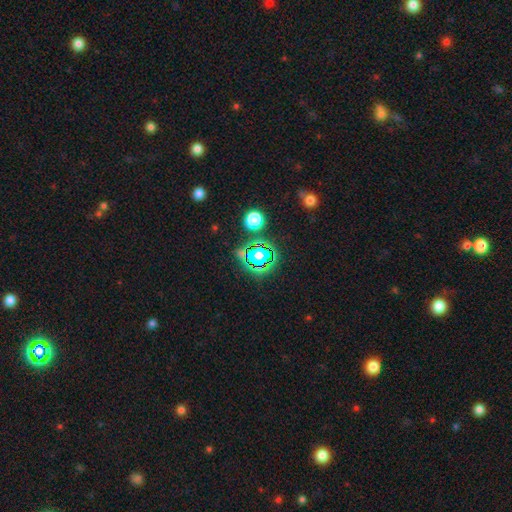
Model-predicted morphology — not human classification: A star or artifact, not a galaxy (75%).

Vote fractions:
- Smooth or featured? star or artifact: 75% / smooth: 17% / featured or disk: 8%